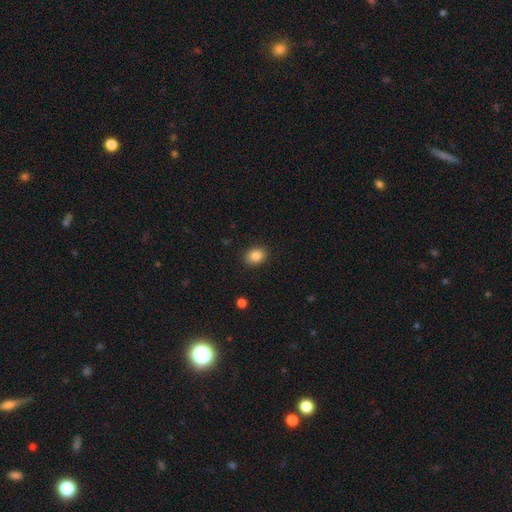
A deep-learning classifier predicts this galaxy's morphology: The model was most divided on "how rounded": in between: 60%, round: 39%, cigar-shaped: 1%. More confident: merging — none (88%); smooth or featured — smooth (86%).